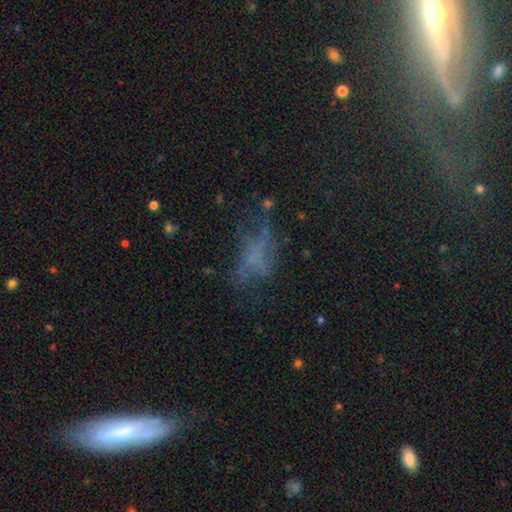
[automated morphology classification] The model was most divided on "smooth or featured": featured or disk: 38%, smooth: 31%, star or artifact: 31%. Remaining: merging — none (43%).